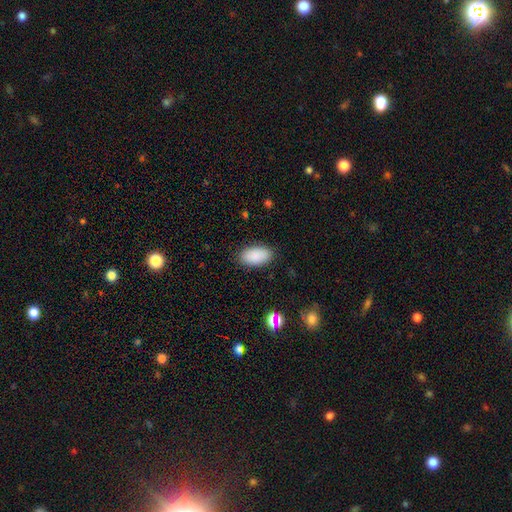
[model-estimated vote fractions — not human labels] Overall: smooth (89%). How rounded: in between (95%). Merging: none (87%).